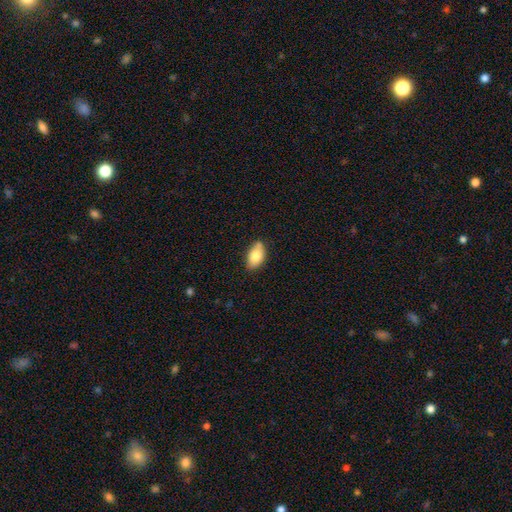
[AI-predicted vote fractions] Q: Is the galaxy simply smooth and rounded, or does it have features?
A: smooth — 80%.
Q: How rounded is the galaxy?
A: in between — 92%.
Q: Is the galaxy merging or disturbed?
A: none — 73%.